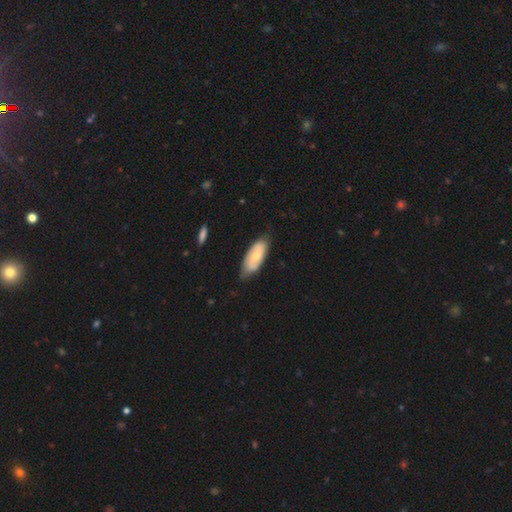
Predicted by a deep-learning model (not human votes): Smooth or featured? Predicted: featured or disk (p=0.50). Merging? Predicted: none (p=0.68).